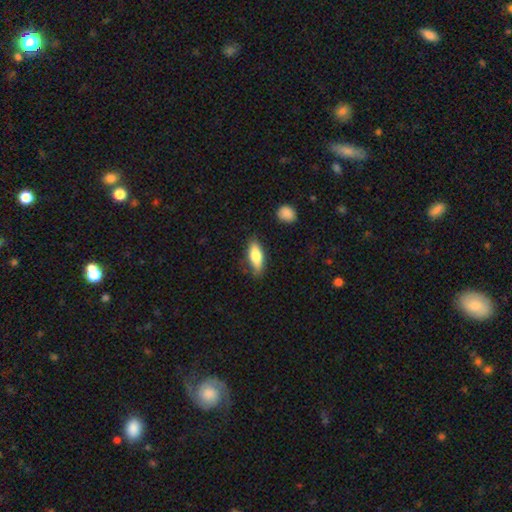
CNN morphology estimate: Smooth or featured? smooth (73%)
How rounded? in between (61%)
Merging? none (79%)